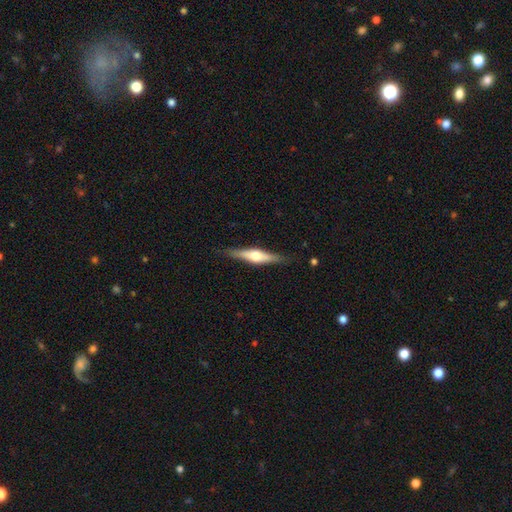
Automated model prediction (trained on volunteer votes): Overall: featured or disk (65%; smooth 30%). Edge-on disk: yes (96%). Edge-on bulge: rounded (92%). Merging: none (86%).